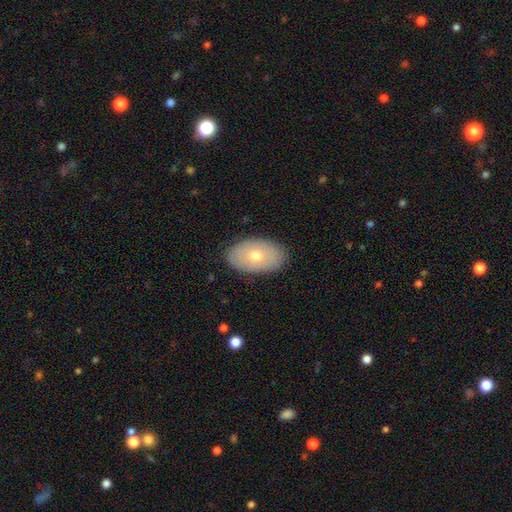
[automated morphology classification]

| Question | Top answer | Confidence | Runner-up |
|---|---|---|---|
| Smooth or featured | smooth | 63% | featured or disk (30%) |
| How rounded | in between | 92% | round (6%) |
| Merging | none | 86% | minor disturbance (11%) |